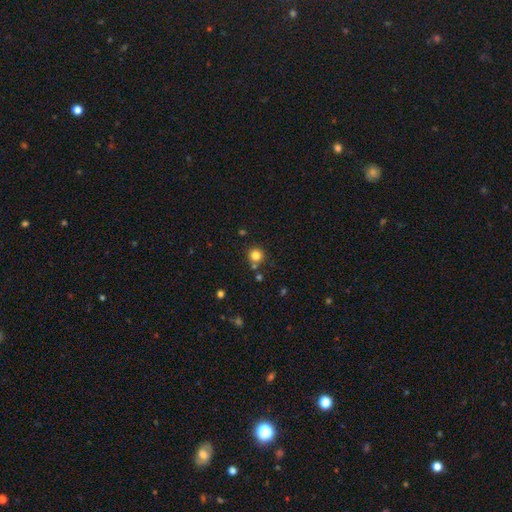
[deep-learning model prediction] Overall: smooth (81%). How rounded: round (94%). Merging: none (80%).